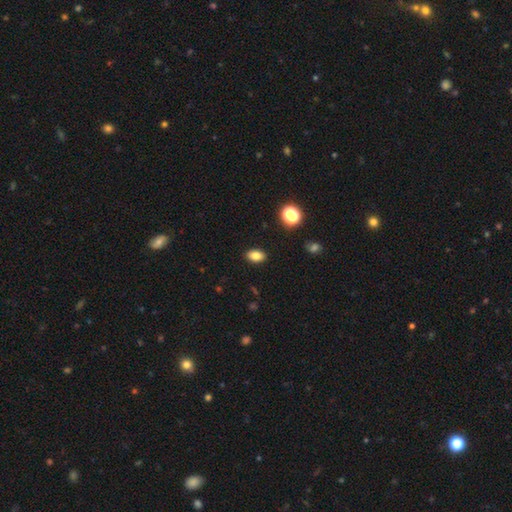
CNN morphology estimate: Smooth or featured?
  - smooth: 81% *
  - star or artifact: 11%
  - featured or disk: 8%
How rounded?
  - in between: 84% *
  - round: 15%
  - cigar-shaped: 2%
Merging?
  - none: 89% *
  - minor disturbance: 7%
  - major disturbance: 2%
  - merger: 1%